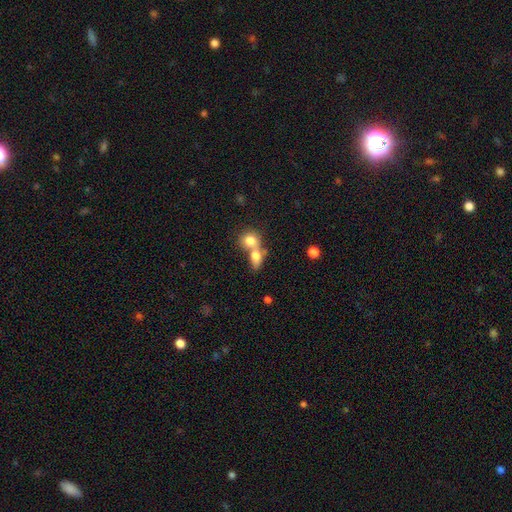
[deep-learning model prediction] Morphology: type=smooth (76%); roundness=in between (60%); merging=merger (66%).